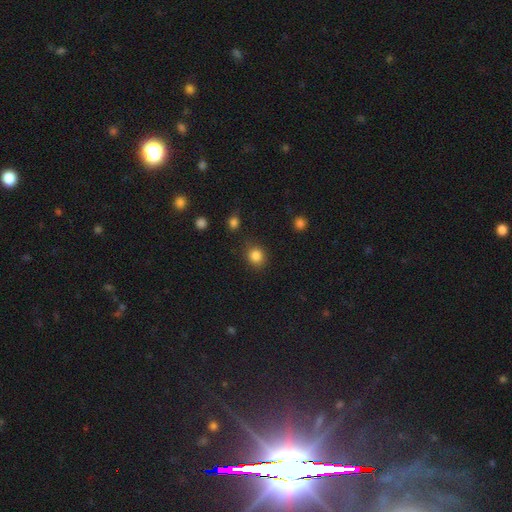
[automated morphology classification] Smooth or featured?
  - smooth: 85% *
  - star or artifact: 11%
  - featured or disk: 4%
How rounded?
  - round: 78% *
  - in between: 21%
  - cigar-shaped: 1%
Merging?
  - none: 83% *
  - minor disturbance: 11%
  - major disturbance: 3%
  - merger: 2%